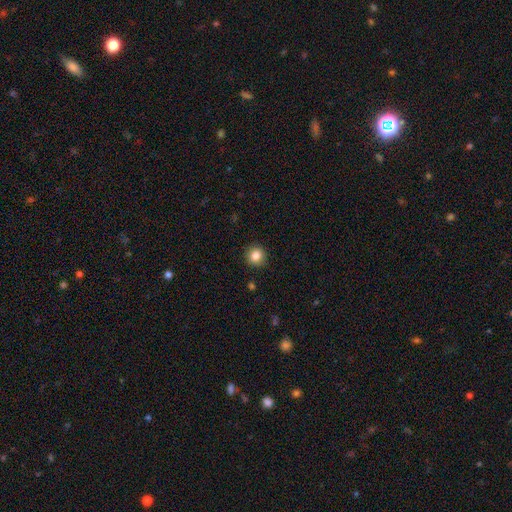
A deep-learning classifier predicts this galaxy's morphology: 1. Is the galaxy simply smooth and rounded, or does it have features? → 85% smooth, 10% star or artifact, 5% featured or disk.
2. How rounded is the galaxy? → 90% round, 9% in between, 1% cigar-shaped.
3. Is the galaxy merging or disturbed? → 91% none, 6% minor disturbance, 2% major disturbance, 1% merger.